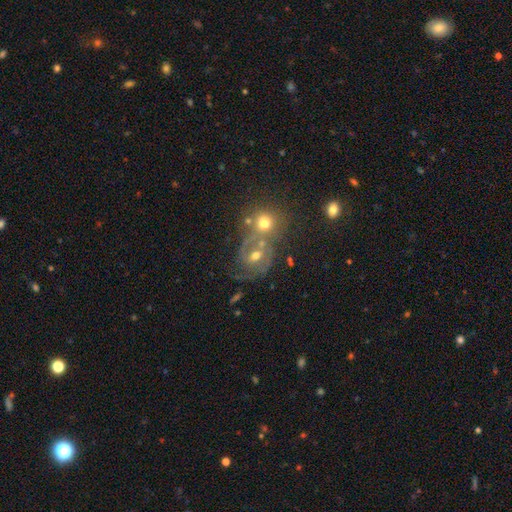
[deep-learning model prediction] smooth_or_featured: featured or disk (p=0.57) [alt: smooth p=0.29]
disk_edge_on: no (p=0.97) [alt: yes p=0.03]
bar: no (p=0.47) [alt: weak p=0.39]
has_spiral_arms: yes (p=0.68) [alt: no p=0.32]
bulge_size: moderate (p=0.66) [alt: small p=0.20]
merging: merger (p=0.38) [alt: none p=0.36]